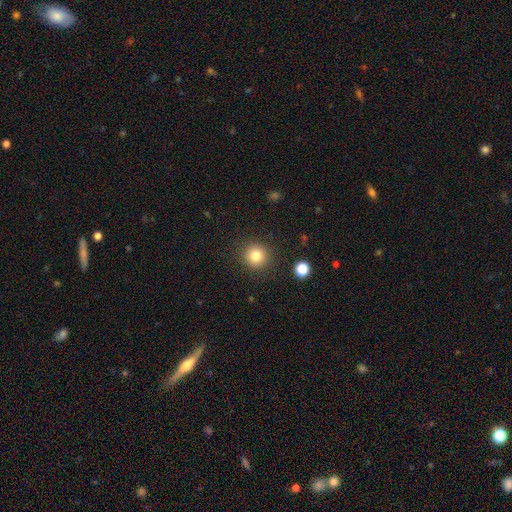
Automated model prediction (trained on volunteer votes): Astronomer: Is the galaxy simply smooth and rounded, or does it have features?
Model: smooth — 81%.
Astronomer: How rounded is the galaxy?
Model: round — 93%.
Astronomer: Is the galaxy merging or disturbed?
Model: none — 90%.